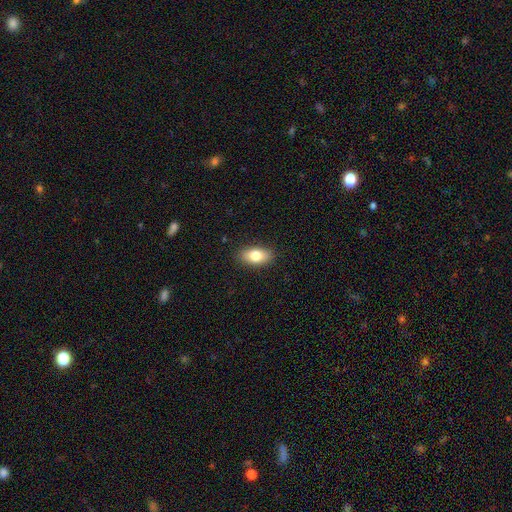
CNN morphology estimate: Smooth or featured? Predicted: smooth (p=0.80). How rounded? Predicted: in between (p=0.90). Merging? Predicted: none (p=0.89).